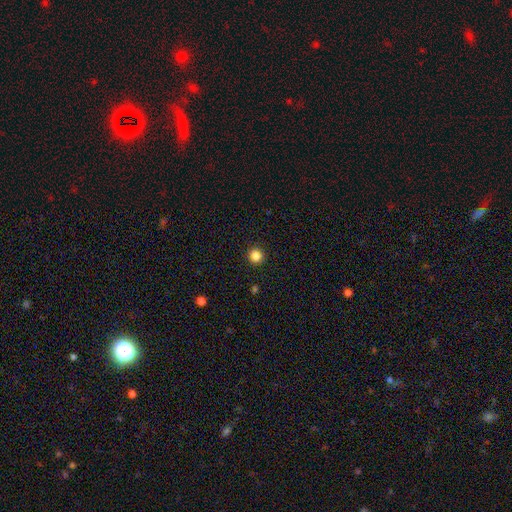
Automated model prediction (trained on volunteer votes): Morphology: type=smooth (85%); roundness=round (96%); merging=none (93%).